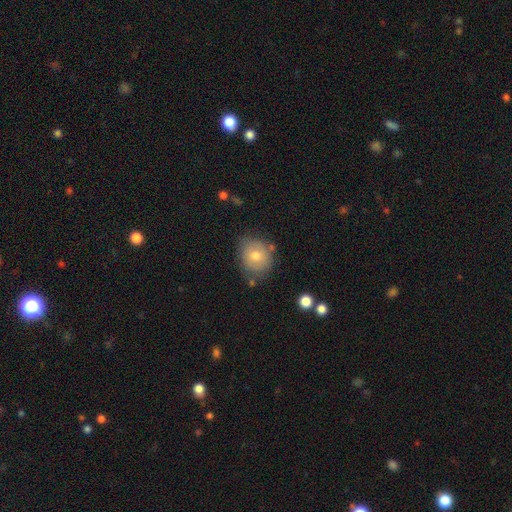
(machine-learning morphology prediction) This is likely a smooth galaxy (70%). How rounded: likely round (70%). Merging: likely none (70%).